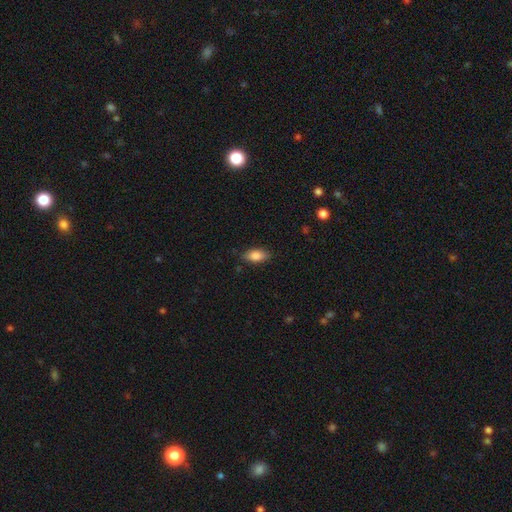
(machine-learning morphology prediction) A smooth galaxy with no disk features (85%) that is in between round and cigar-shaped (89%). Merging: none (84%).